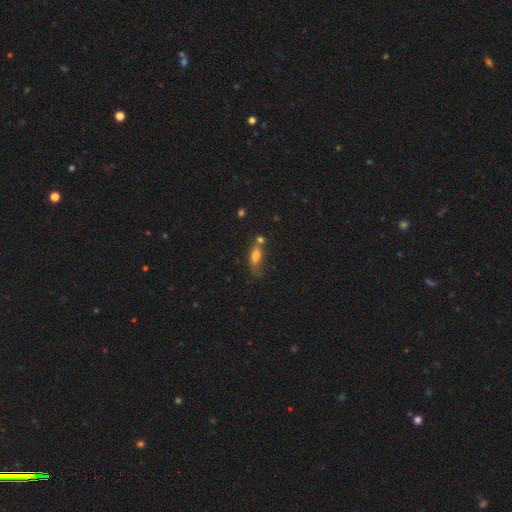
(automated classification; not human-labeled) smooth-or-featured: smooth: 74% | featured or disk: 16% | star or artifact: 10%
  how-rounded: in between: 72% | cigar-shaped: 22% | round: 6%
  merging: none: 41% | merger: 24% | minor disturbance: 23% | major disturbance: 11%